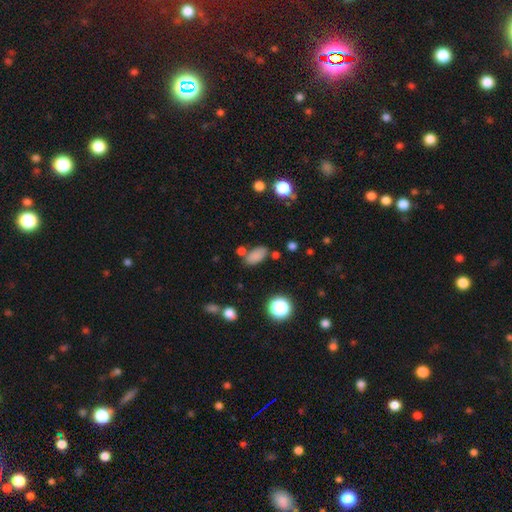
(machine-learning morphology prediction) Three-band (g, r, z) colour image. It shows a smooth galaxy with no disk features (82%) that is in between round and cigar-shaped (90%). Merging: none (71%).